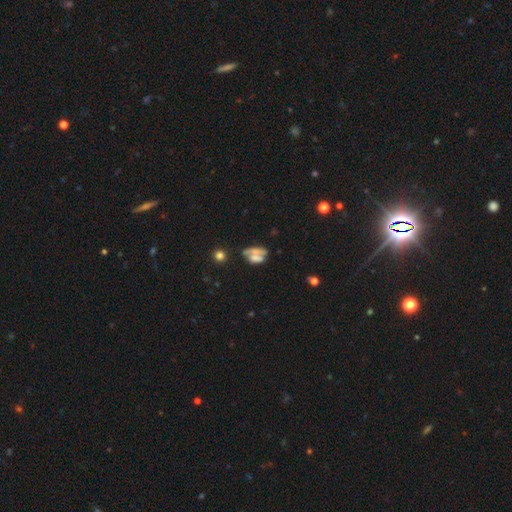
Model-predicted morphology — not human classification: smooth_or_featured: smooth (p=0.49) [alt: featured or disk p=0.34]
merging: none (p=0.32) [alt: merger p=0.31]